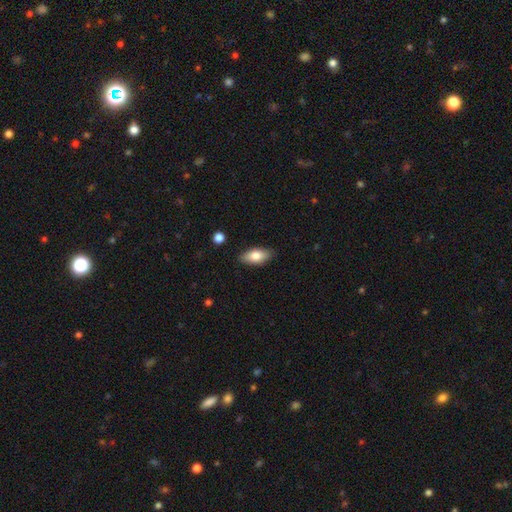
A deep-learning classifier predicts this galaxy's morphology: type=smooth (77%); roundness=in between (86%); merging=none (87%).